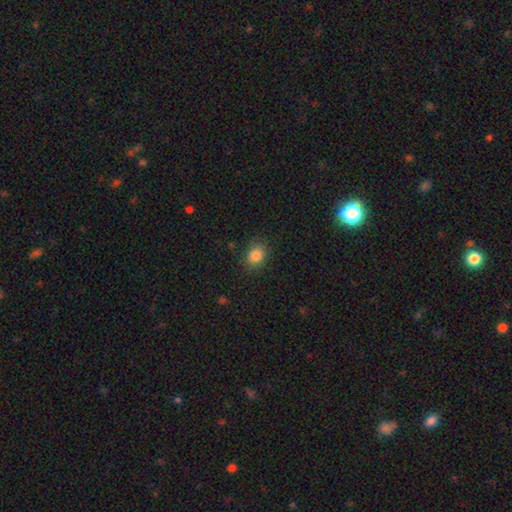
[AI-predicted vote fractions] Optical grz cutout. It shows a smooth galaxy with no disk features (85%) that is in between round and cigar-shaped (54%). Merging: none (83%).